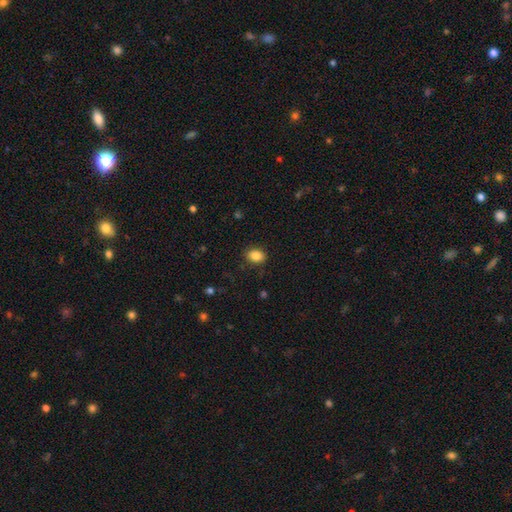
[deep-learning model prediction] This is clearly a smooth galaxy (86%). How rounded: likely in between (72%). Merging: clearly none (87%).